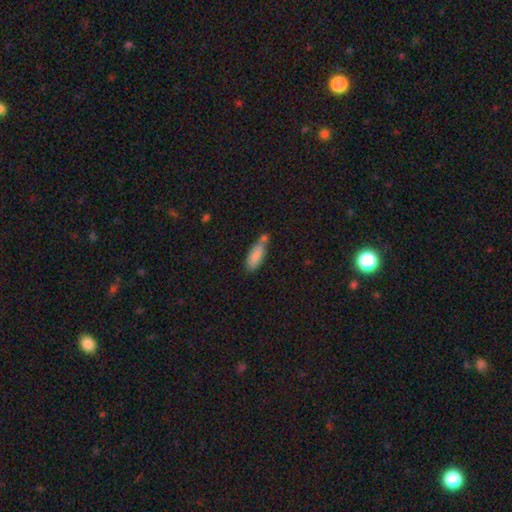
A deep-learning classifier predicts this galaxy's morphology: A smooth galaxy with no disk features (83%) that is in between round and cigar-shaped (63%). Merging: none (43%).